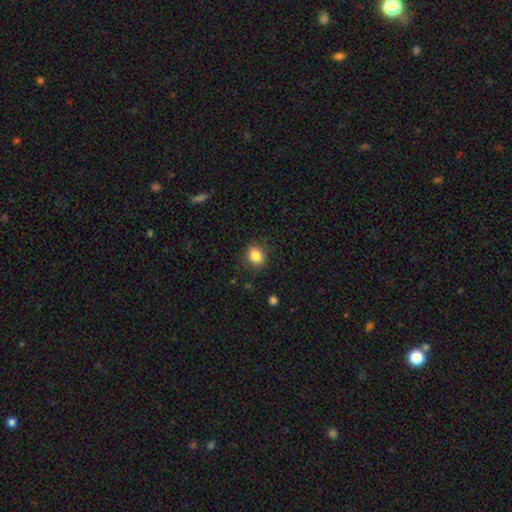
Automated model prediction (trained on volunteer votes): The model was most divided on "how rounded": round: 61%, in between: 38%, cigar-shaped: 1%. More confident: smooth or featured — smooth (85%); merging — none (84%).